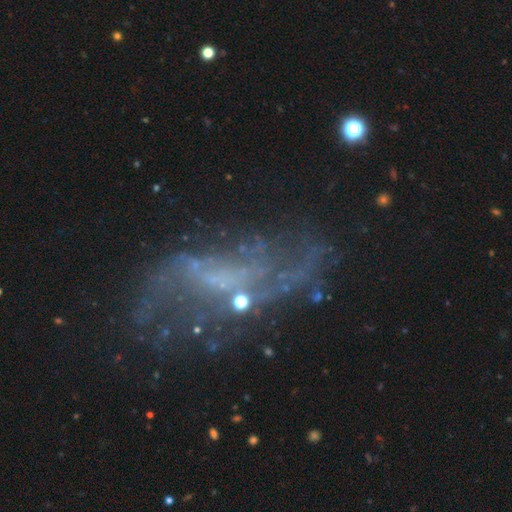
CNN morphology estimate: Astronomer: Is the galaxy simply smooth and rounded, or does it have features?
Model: featured or disk — 69%.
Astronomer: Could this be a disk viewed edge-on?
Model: no — 93%.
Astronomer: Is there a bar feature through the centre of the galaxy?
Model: no — 62%.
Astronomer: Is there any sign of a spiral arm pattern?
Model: yes — 55% (runner-up: no, 45%).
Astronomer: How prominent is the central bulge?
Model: none — 53% (runner-up: small, 33%).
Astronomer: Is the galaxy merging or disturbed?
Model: none — 41% (runner-up: major disturbance, 33%).